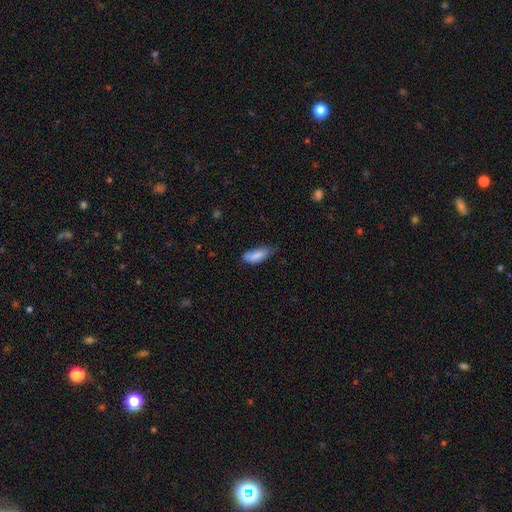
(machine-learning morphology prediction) type=smooth (85%); roundness=in between (77%); merging=none (52%).